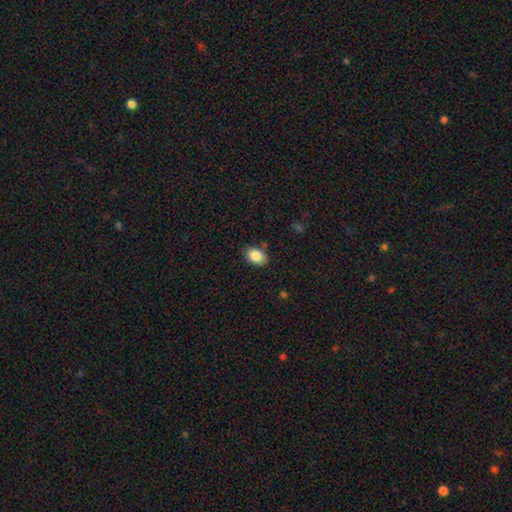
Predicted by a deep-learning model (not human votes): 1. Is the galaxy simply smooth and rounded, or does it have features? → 86% smooth, 8% star or artifact, 6% featured or disk.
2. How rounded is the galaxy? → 82% in between, 17% round, 1% cigar-shaped.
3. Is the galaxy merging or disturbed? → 84% none, 12% minor disturbance, 2% major disturbance, 2% merger.